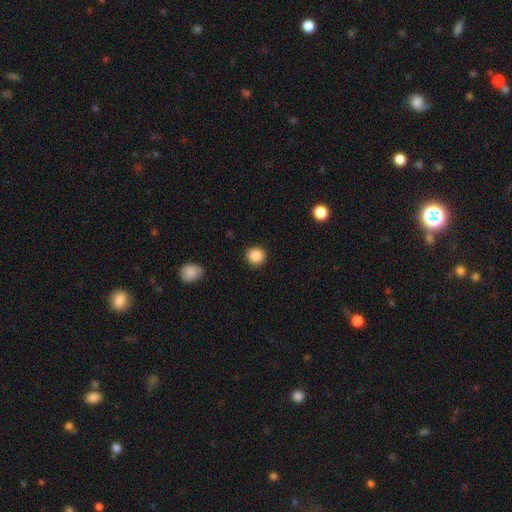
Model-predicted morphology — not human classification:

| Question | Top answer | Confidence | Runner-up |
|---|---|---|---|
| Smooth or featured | smooth | 88% | star or artifact (9%) |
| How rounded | round | 91% | in between (8%) |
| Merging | none | 91% | minor disturbance (6%) |